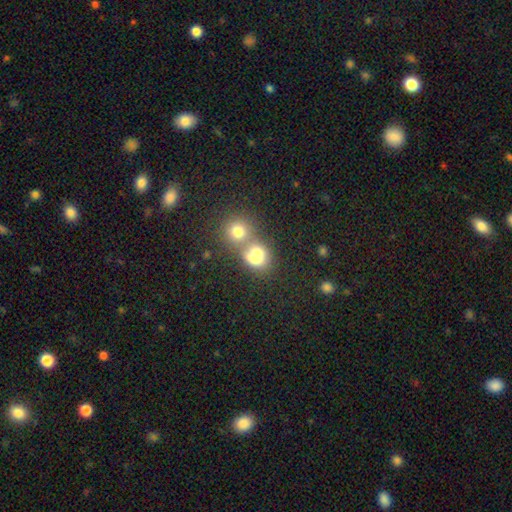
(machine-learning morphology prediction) Overall: smooth (70%). How rounded: round (65%; in between 33%). Merging: merger (59%; none 29%).